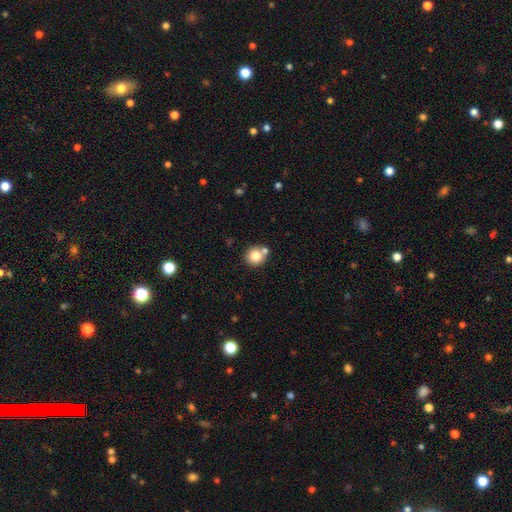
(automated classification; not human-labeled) Smooth or featured? Predicted: smooth (p=0.80). How rounded? Predicted: round (p=0.89). Merging? Predicted: none (p=0.67).